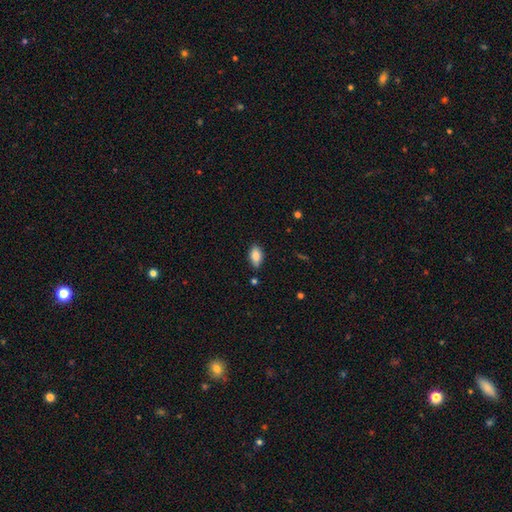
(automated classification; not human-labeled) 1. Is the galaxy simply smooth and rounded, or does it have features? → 85% smooth, 8% featured or disk, 7% star or artifact.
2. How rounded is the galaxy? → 91% in between, 5% cigar-shaped, 4% round.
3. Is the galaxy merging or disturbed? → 82% none, 14% minor disturbance, 2% major disturbance, 2% merger.